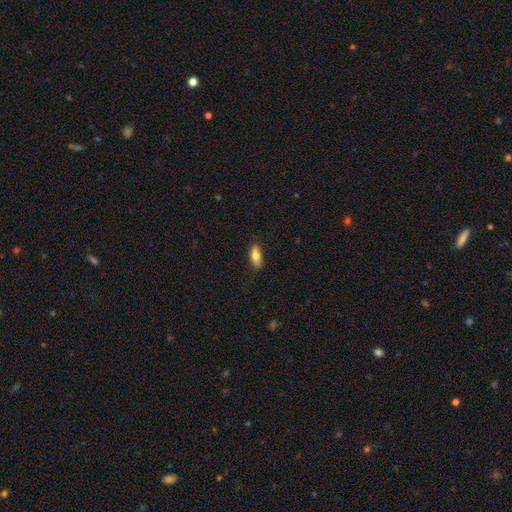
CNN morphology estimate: Overall: smooth (76%). How rounded: in between (78%). Merging: none (85%).